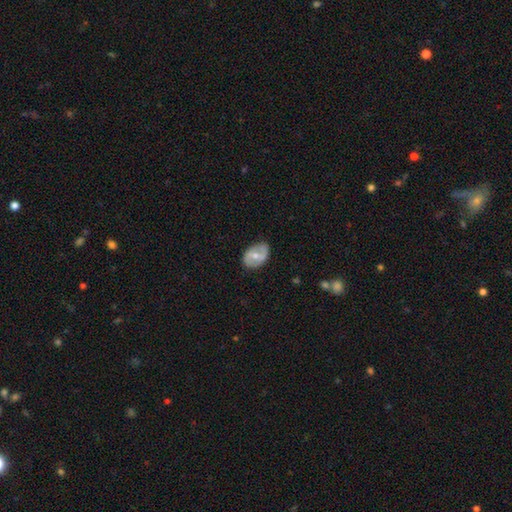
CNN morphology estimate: The model was most divided on "bar": weak: 45%, no: 31%, strong: 24%. More confident: edge-on disk — no (96%); merging — none (79%); spiral arms — yes (67%); bulge size — moderate (63%); smooth or featured — featured or disk (61%).